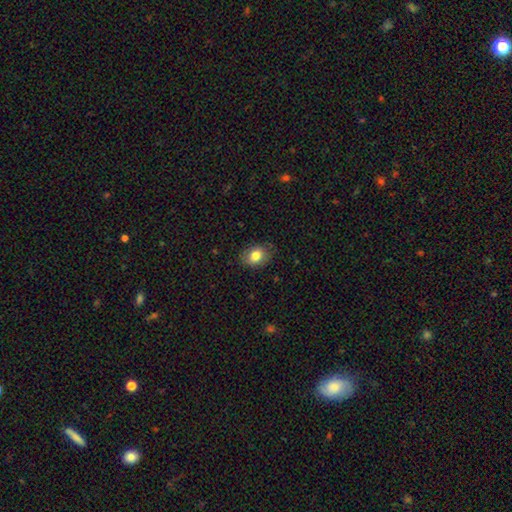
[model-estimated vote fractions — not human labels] Morphology: type=smooth (80%); roundness=in between (72%); merging=none (79%).